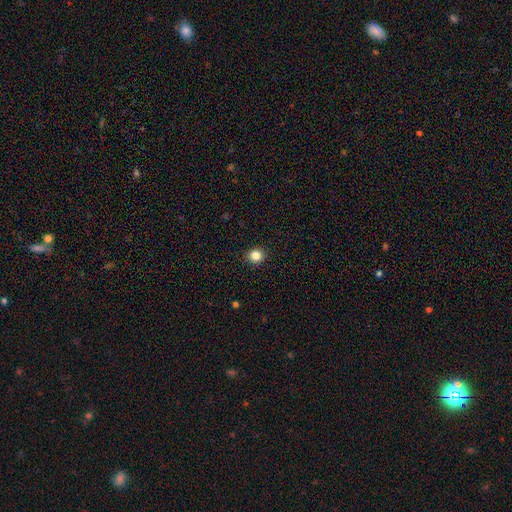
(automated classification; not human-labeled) This is clearly a smooth galaxy (84%). How rounded: clearly round (87%). Merging: clearly none (92%).